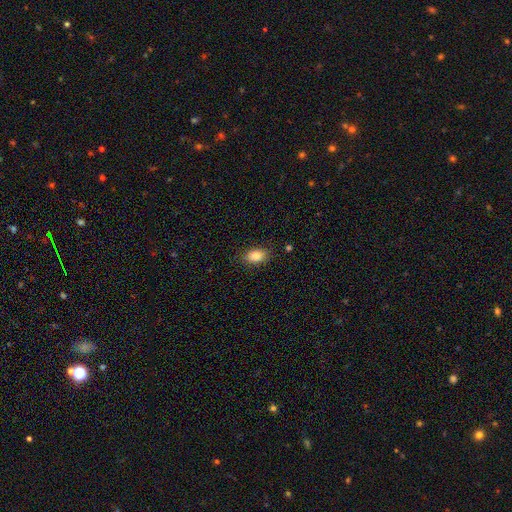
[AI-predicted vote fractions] Overall: smooth (83%). How rounded: in between (83%). Merging: none (84%).